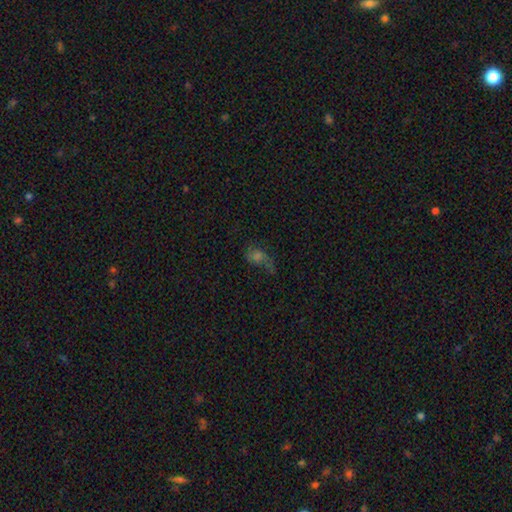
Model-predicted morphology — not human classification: Q: Smooth or featured?
A: smooth (43%); runner-up: featured or disk (33%)
Q: Merging?
A: none (39%); runner-up: major disturbance (32%)